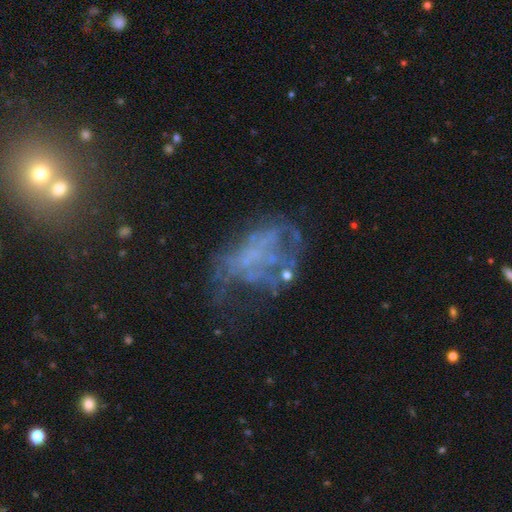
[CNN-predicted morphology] type=featured or disk (61%); edge-on=no (97%); bar=no (90%); spiral arms=no (85%); bulge=none (83%); merging=major disturbance (44%).